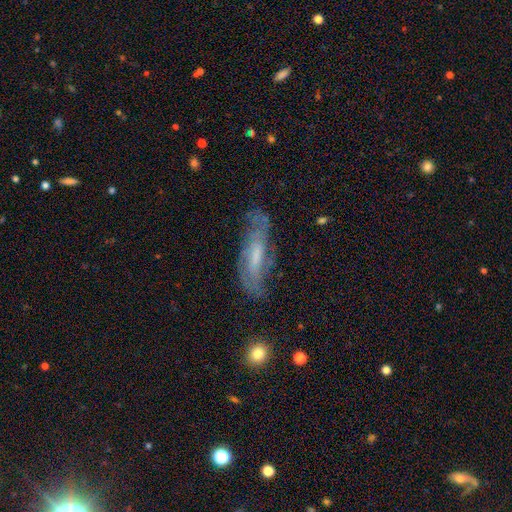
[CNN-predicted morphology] Q: Smooth or featured?
A: featured or disk (66%); runner-up: smooth (27%)
Q: Edge-on disk?
A: no (75%); runner-up: yes (25%)
Q: Merging?
A: none (66%); runner-up: minor disturbance (22%)